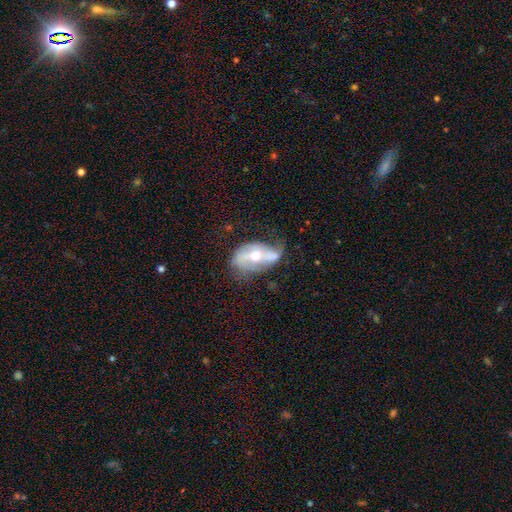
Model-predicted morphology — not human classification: Smooth or featured?
  - featured or disk: 71% *
  - smooth: 22%
  - star or artifact: 7%
Edge-on disk?
  - no: 93% *
  - yes: 7%
Bar?
  - no: 39% *
  - strong: 32%
  - weak: 29%
Spiral arms?
  - yes: 74% *
  - no: 26%
Bulge size?
  - moderate: 66% *
  - small: 28%
  - large: 4%
  - dominant: 1%
  - none: 1%
Merging?
  - none: 43% *
  - minor disturbance: 30%
  - major disturbance: 20%
  - merger: 7%